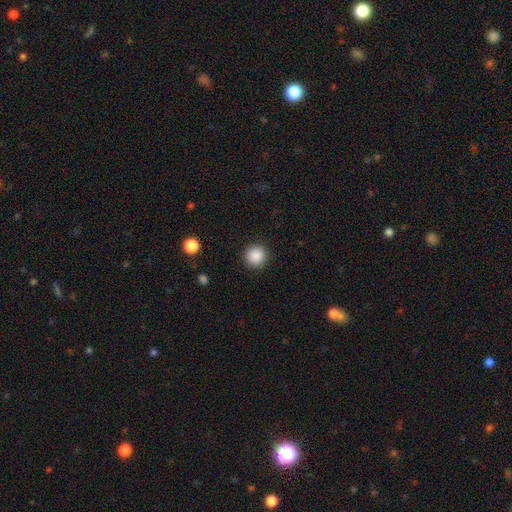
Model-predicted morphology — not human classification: A smooth galaxy with no disk features (88%) that is round (95%). Merging: none (92%).